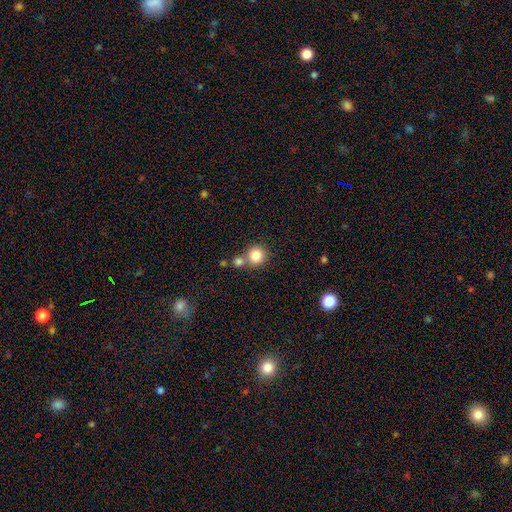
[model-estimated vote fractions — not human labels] smooth_or_featured: smooth (p=0.84) [alt: star or artifact p=0.10]
how_rounded: round (p=0.92) [alt: in between p=0.07]
merging: none (p=0.60) [alt: merger p=0.28]